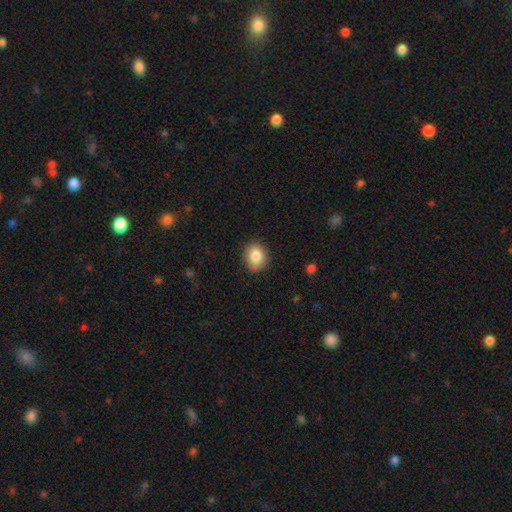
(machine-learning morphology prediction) smooth-or-featured: smooth: 85% | star or artifact: 8% | featured or disk: 7%
  how-rounded: round: 54% | in between: 45% | cigar-shaped: 1%
  merging: none: 84% | minor disturbance: 13% | major disturbance: 3% | merger: 1%